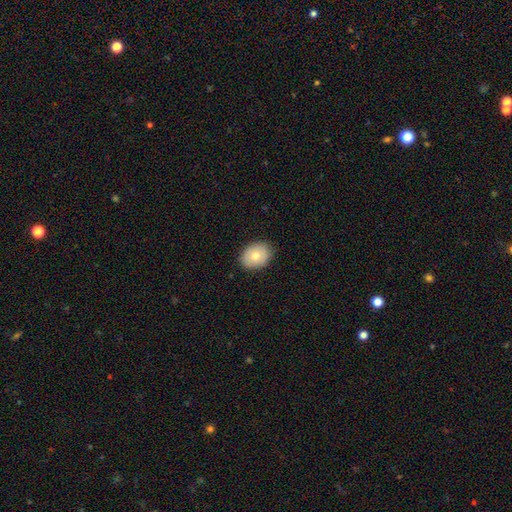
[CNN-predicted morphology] type=smooth (76%); roundness=in between (65%); merging=none (86%).